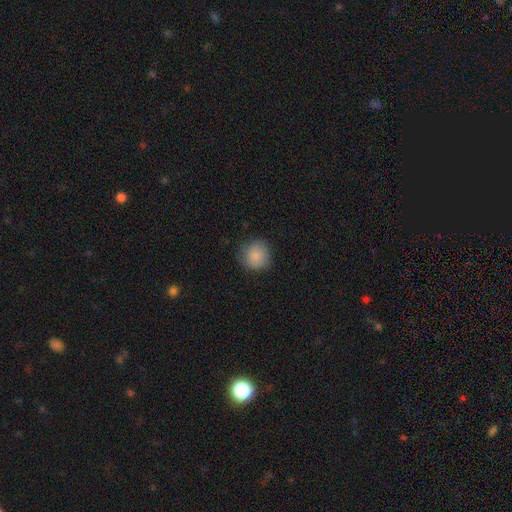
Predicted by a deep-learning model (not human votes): smooth_or_featured: smooth (p=0.87) [alt: star or artifact p=0.08]
how_rounded: round (p=0.92) [alt: in between p=0.07]
merging: none (p=0.85) [alt: minor disturbance p=0.11]